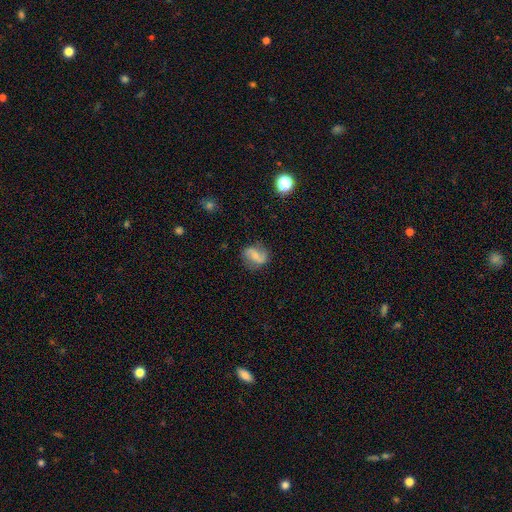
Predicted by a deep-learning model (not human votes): featured or disk 59%, smooth 32%, star or artifact 9%. Down the decision tree: edge-on disk — no (97%); bar — weak (43%); spiral arms — yes (88%); spiral arm count — 2 (87%); spiral winding — loose (56%); bulge size — small (45%); merging — none (73%).